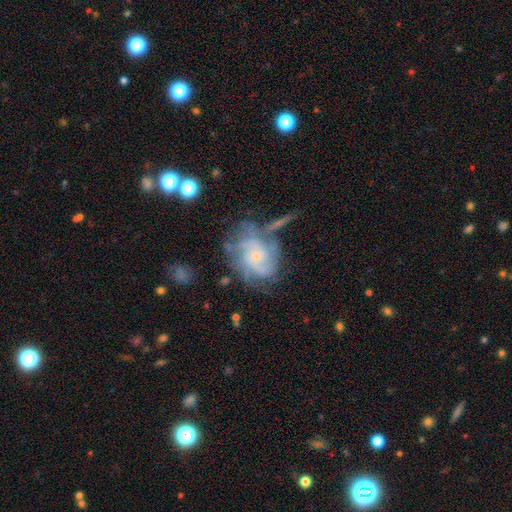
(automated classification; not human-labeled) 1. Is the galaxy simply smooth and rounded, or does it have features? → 77% featured or disk, 15% smooth, 8% star or artifact.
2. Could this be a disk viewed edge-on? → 97% no, 3% yes.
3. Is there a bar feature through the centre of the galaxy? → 65% no, 29% weak, 5% strong.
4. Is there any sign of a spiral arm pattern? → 91% yes, 9% no.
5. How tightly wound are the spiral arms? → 46% tight, 40% medium, 14% loose.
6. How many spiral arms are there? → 33% can't tell, 31% 2, 20% 3, 7% 4, 5% 1, 5% more than 4.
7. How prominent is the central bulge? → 71% small, 16% moderate, 10% none, 2% large, 1% dominant.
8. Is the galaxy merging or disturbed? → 45% none, 22% minor disturbance, 20% major disturbance, 12% merger.